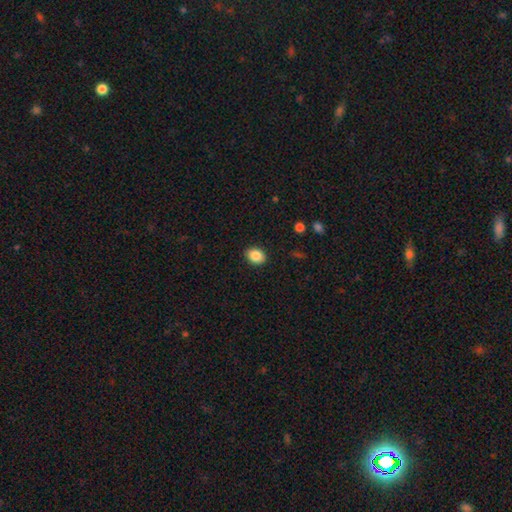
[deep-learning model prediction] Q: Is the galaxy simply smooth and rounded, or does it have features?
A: smooth — 87%.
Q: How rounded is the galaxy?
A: in between — 64%.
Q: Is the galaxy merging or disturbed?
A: none — 90%.